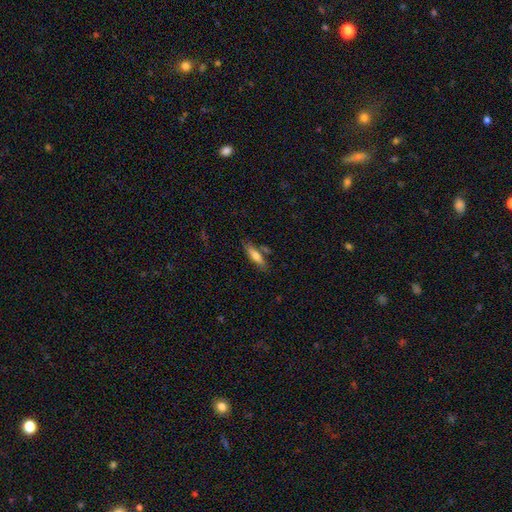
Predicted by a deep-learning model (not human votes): Morphology: type=smooth (65%); roundness=cigar-shaped (66%); merging=none (72%).